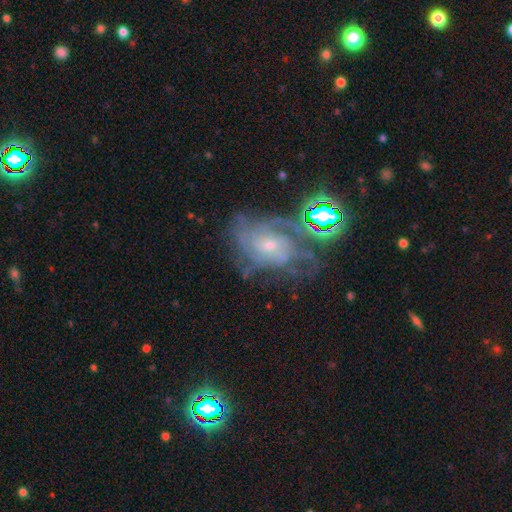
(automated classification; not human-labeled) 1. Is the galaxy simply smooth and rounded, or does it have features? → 71% featured or disk, 17% star or artifact, 12% smooth.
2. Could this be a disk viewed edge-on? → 96% no, 4% yes.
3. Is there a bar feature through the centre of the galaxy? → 68% no, 27% weak, 5% strong.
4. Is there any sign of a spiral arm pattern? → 86% yes, 14% no.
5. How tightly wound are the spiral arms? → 53% tight, 35% medium, 12% loose.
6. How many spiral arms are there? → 50% can't tell, 14% 3, 12% 2, 11% 4, 7% more than 4, 5% 1.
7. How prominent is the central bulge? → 67% small, 27% moderate, 3% none, 2% large, 1% dominant.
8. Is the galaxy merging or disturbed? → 52% none, 21% minor disturbance, 19% major disturbance, 8% merger.